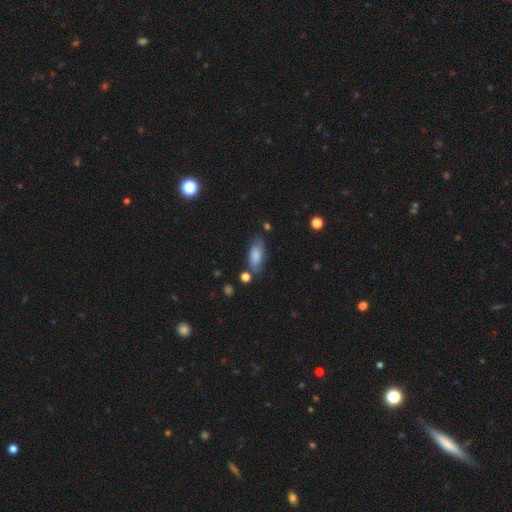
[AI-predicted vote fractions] A smooth galaxy with no disk features (76%) that is in between round and cigar-shaped (79%). Merging: none (66%).